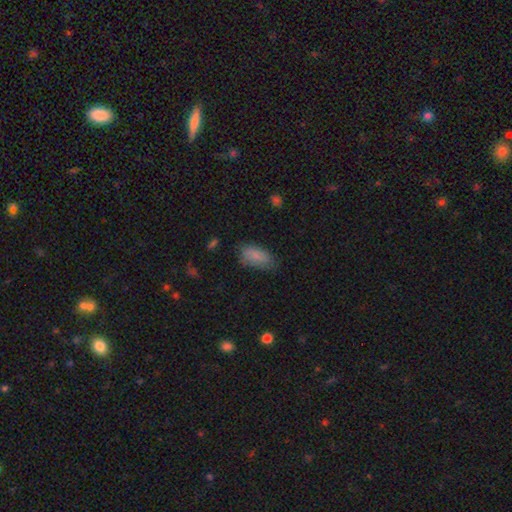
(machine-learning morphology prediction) Q: Smooth or featured?
A: smooth (83%); runner-up: featured or disk (9%)
Q: How rounded?
A: in between (91%); runner-up: cigar-shaped (6%)
Q: Merging?
A: none (67%); runner-up: minor disturbance (25%)